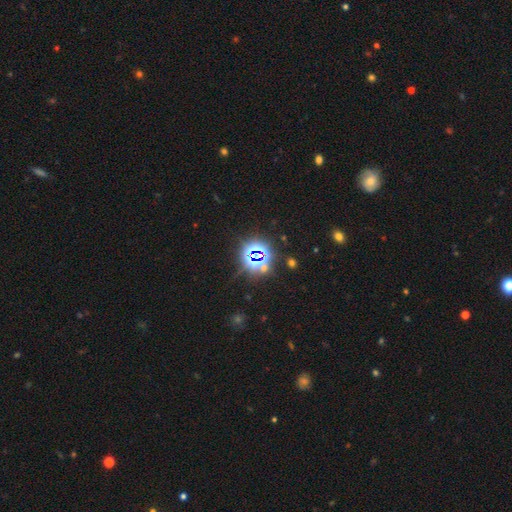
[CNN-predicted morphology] Smooth or featured: star or artifact — 79% (smooth — 13%)